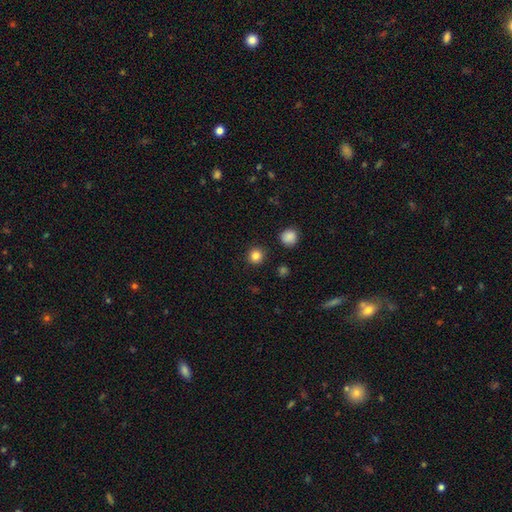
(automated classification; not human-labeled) The model was most divided on "smooth or featured": smooth: 83%, star or artifact: 12%, featured or disk: 4%. More confident: how rounded — round (94%); merging — none (91%).